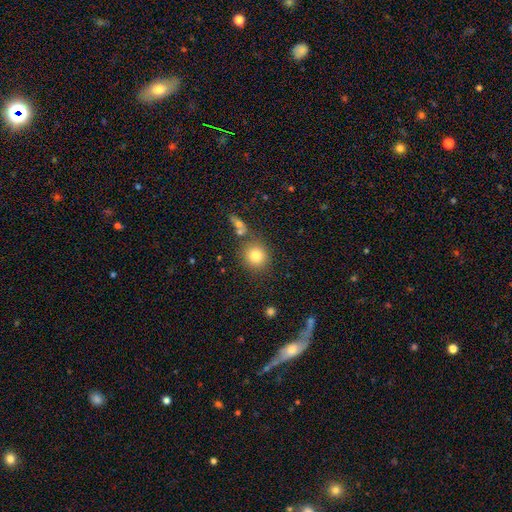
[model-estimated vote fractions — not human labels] smooth 79%, star or artifact 11%, featured or disk 9%. Down the decision tree: how rounded — round (86%); merging — none (77%).